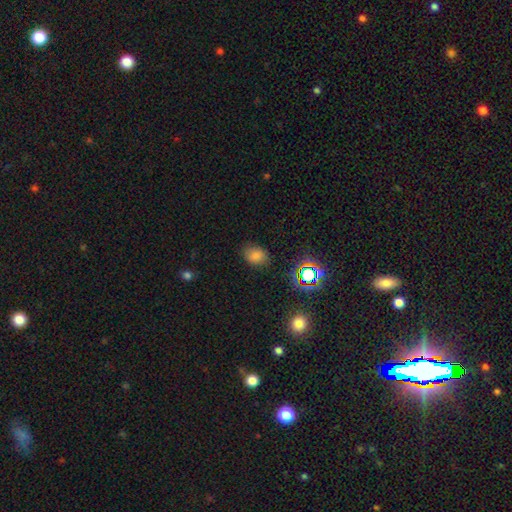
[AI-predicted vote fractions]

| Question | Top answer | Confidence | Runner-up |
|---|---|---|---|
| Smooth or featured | smooth | 74% | star or artifact (18%) |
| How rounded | in between | 61% | round (38%) |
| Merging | none | 78% | minor disturbance (16%) |